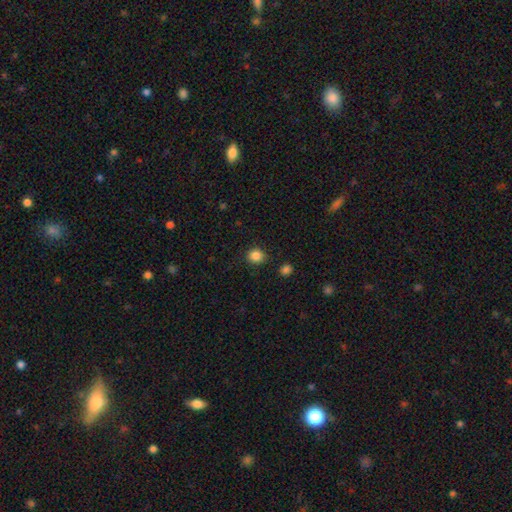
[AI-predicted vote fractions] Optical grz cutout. It shows a smooth galaxy with no disk features (86%) that is round (84%). Merging: none (88%).